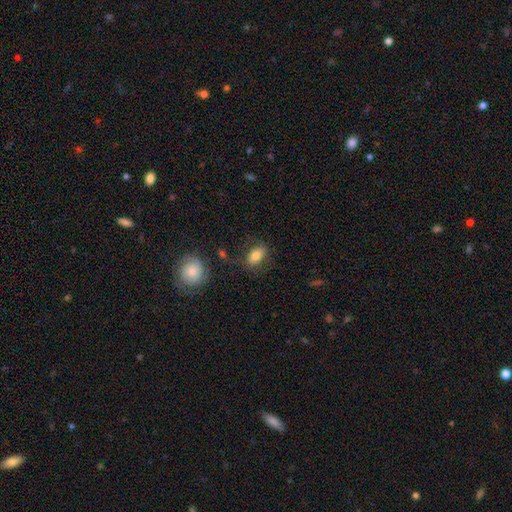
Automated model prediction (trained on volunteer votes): Overall: smooth (76%). How rounded: in between (86%). Merging: none (74%).